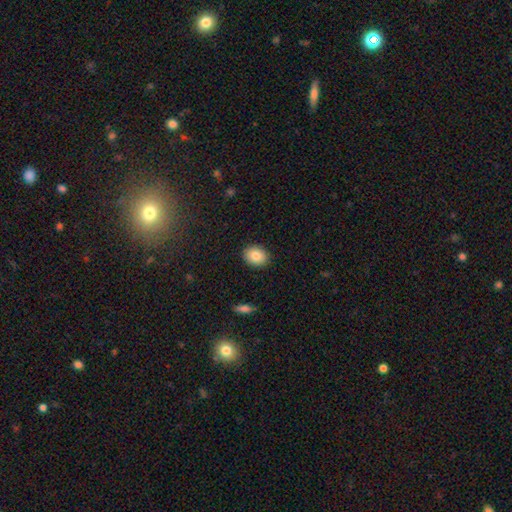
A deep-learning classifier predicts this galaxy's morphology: smooth-or-featured: smooth: 84% | star or artifact: 8% | featured or disk: 8%
  how-rounded: in between: 64% | round: 35% | cigar-shaped: 1%
  merging: none: 90% | minor disturbance: 7% | major disturbance: 2% | merger: 1%